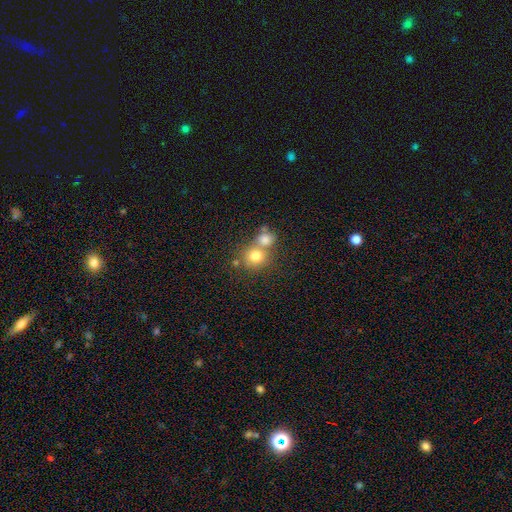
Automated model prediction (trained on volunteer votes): smooth-or-featured: smooth: 76% | star or artifact: 12% | featured or disk: 12%
  how-rounded: round: 84% | in between: 15% | cigar-shaped: 1%
  merging: merger: 47% | none: 44% | minor disturbance: 7% | major disturbance: 3%